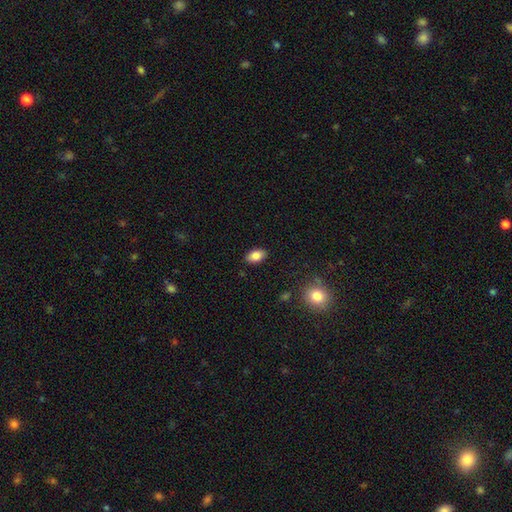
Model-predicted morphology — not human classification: smooth-or-featured: smooth: 84% | star or artifact: 9% | featured or disk: 7%
  how-rounded: in between: 90% | round: 7% | cigar-shaped: 2%
  merging: none: 87% | minor disturbance: 9% | major disturbance: 2% | merger: 1%